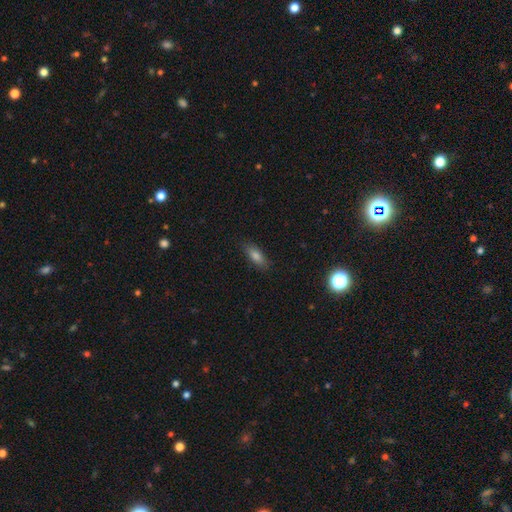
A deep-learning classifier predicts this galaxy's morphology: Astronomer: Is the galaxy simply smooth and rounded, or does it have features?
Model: smooth — 75%.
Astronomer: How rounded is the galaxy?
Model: in between — 67%.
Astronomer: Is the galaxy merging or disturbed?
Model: none — 84%.